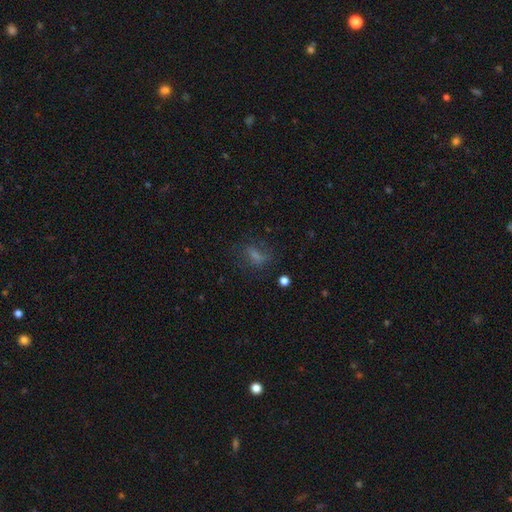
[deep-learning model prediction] smooth 59%, featured or disk 22%, star or artifact 19%. Down the decision tree: how rounded — in between (65%); merging — none (61%).